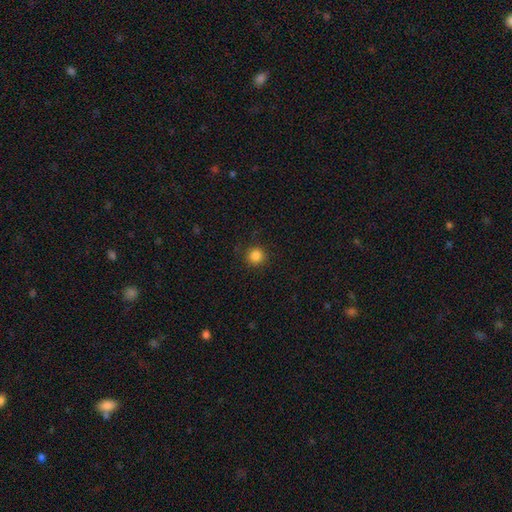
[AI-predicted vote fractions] The model was most divided on "smooth or featured": smooth: 85%, star or artifact: 12%, featured or disk: 4%. More confident: how rounded — round (94%); merging — none (90%).